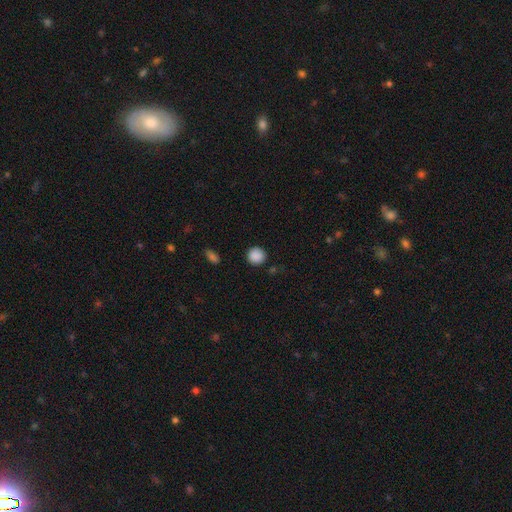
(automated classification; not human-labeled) A smooth galaxy with no disk features (88%) that is round (93%).

Vote fractions:
- Smooth or featured? smooth: 88% / star or artifact: 9% / featured or disk: 3%
- How rounded? round: 93% / in between: 6% / cigar-shaped: 1%
- Merging? none: 89% / minor disturbance: 7% / major disturbance: 2% / merger: 2%